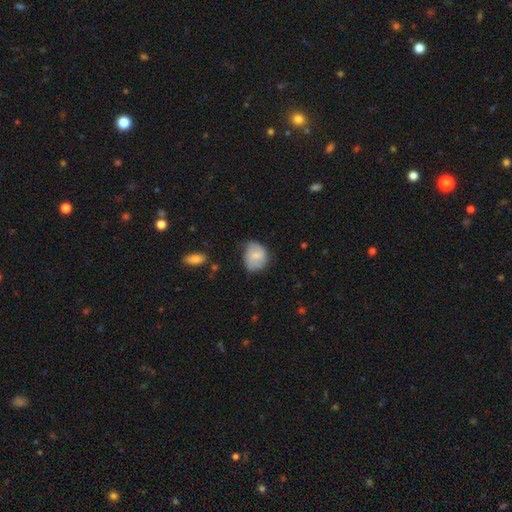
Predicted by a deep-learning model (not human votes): A smooth galaxy with no disk features (70%) that is round (58%). Merging: none (52%).